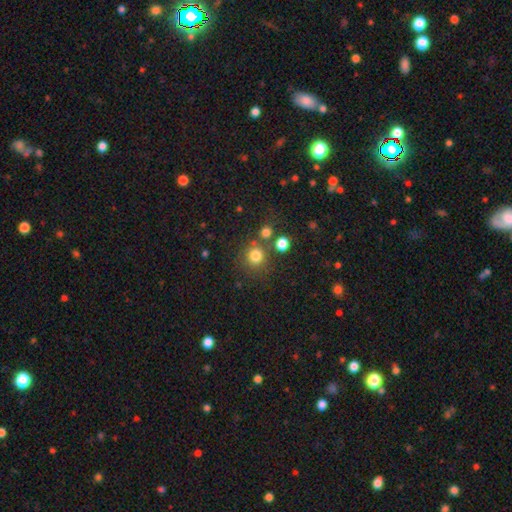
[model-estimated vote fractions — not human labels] smooth 78%, star or artifact 15%, featured or disk 7%. Down the decision tree: how rounded — round (90%); merging — none (73%).